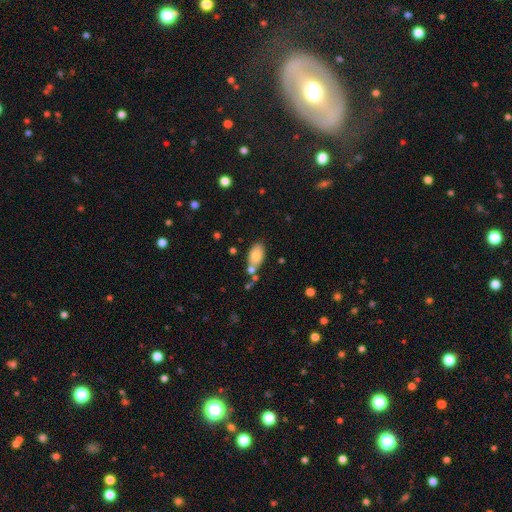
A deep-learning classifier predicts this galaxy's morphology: Smooth or featured: smooth — 77% (featured or disk — 16%)
How rounded: in between — 92% (round — 6%)
Merging: none — 61% (merger — 18%)